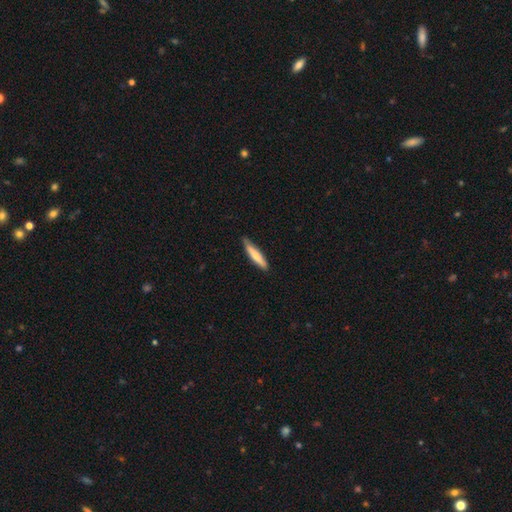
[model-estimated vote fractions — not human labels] smooth_or_featured: smooth (p=0.72) [alt: featured or disk p=0.23]
how_rounded: cigar-shaped (p=0.88) [alt: in between p=0.11]
merging: none (p=0.80) [alt: minor disturbance p=0.17]